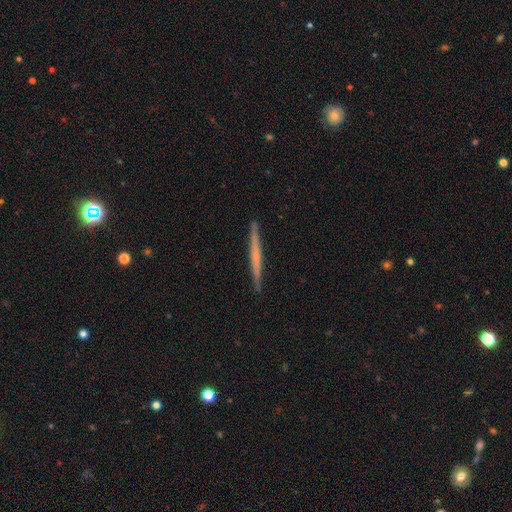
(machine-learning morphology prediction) Smooth or featured: featured or disk — 55% (smooth — 40%)
Edge-on disk: yes — 98% (no — 2%)
Edge-on bulge: none — 80% (rounded — 14%)
Merging: none — 92% (minor disturbance — 5%)